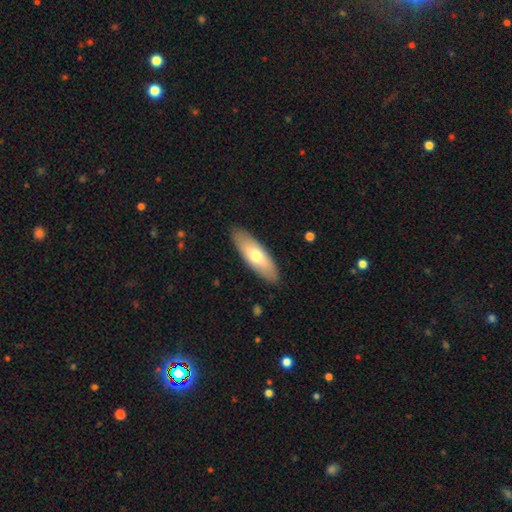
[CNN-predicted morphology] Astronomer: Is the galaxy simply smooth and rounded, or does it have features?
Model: smooth — 64%.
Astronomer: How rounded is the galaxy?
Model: in between — 62%.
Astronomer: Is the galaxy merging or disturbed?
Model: none — 88%.